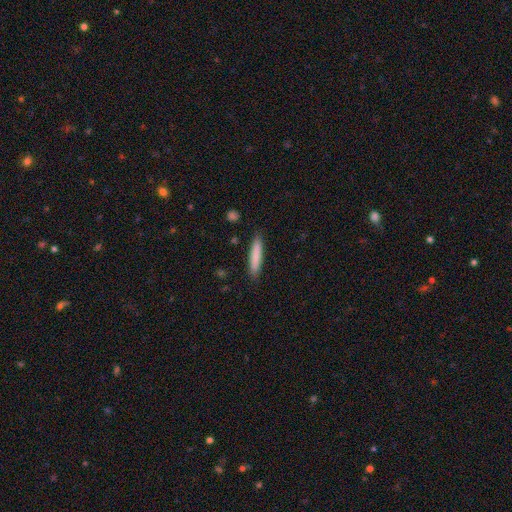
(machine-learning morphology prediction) Q: Smooth or featured?
A: smooth (82%); runner-up: featured or disk (12%)
Q: How rounded?
A: cigar-shaped (90%); runner-up: in between (9%)
Q: Merging?
A: none (88%); runner-up: minor disturbance (9%)